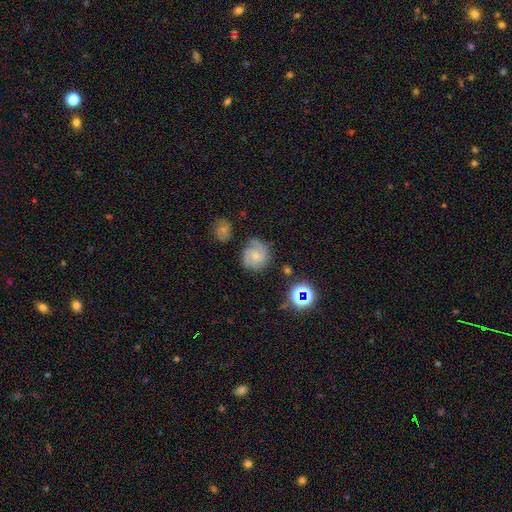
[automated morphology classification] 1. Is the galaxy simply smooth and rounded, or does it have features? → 52% featured or disk, 36% smooth, 12% star or artifact.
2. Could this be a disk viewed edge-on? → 97% no, 3% yes.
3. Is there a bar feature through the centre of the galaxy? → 76% no, 21% weak, 3% strong.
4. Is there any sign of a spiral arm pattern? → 85% yes, 15% no.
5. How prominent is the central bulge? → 60% small, 33% moderate, 4% none, 2% large, 1% dominant.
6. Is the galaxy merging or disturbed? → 58% none, 26% minor disturbance, 11% major disturbance, 5% merger.